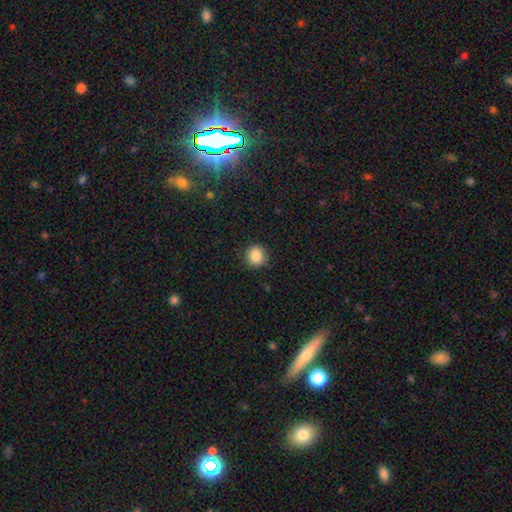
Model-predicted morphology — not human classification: Smooth or featured? Predicted: smooth (p=0.87). How rounded? Predicted: round (p=0.86). Merging? Predicted: none (p=0.88).